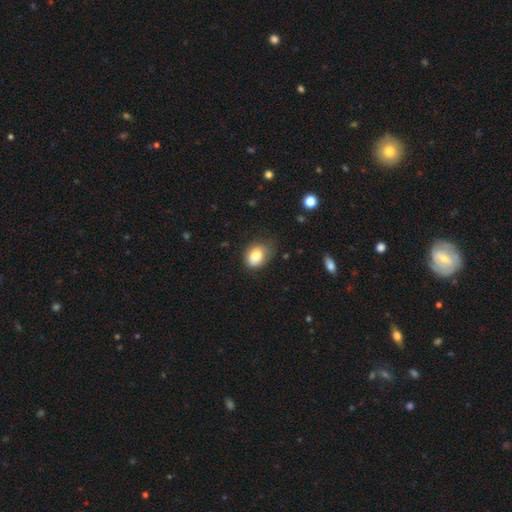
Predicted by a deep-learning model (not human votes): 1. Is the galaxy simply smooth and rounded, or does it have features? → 79% smooth, 12% featured or disk, 9% star or artifact.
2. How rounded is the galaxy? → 57% in between, 42% round, 1% cigar-shaped.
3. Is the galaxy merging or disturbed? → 63% none, 29% minor disturbance, 7% major disturbance, 2% merger.